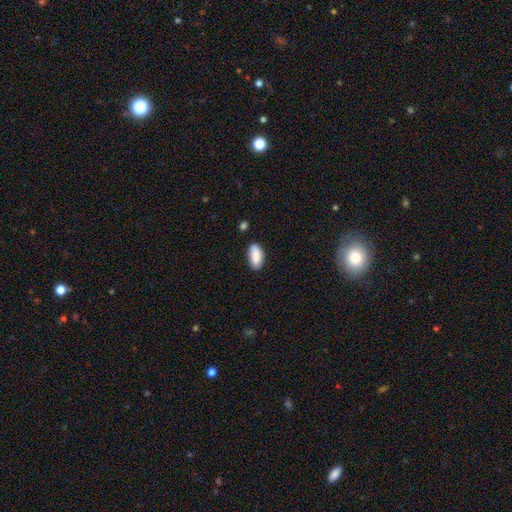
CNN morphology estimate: type=smooth (89%); roundness=in between (90%); merging=none (81%).